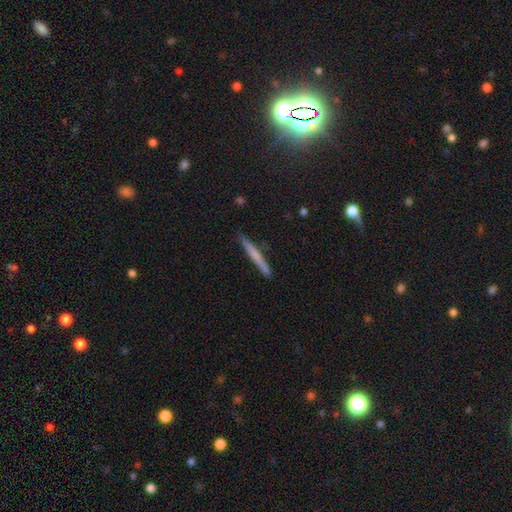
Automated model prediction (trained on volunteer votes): Smooth or featured: smooth — 54% (featured or disk — 39%)
How rounded: cigar-shaped — 96% (in between — 2%)
Merging: none — 89% (minor disturbance — 8%)